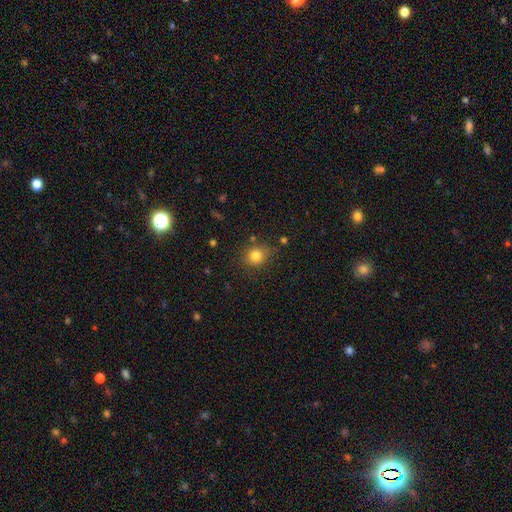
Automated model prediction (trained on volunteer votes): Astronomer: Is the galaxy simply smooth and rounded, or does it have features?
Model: smooth — 81%.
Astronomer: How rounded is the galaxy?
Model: round — 80%.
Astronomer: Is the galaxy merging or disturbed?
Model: none — 81%.